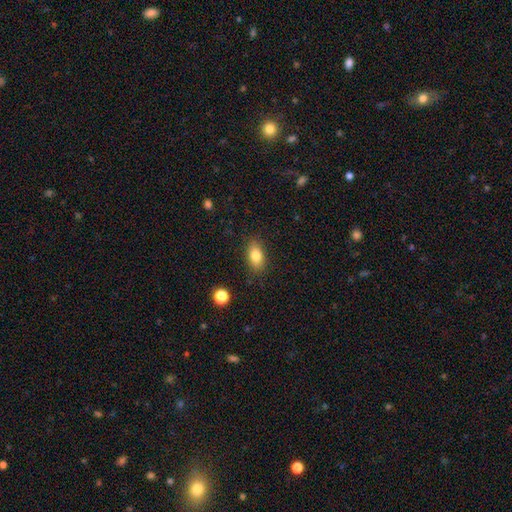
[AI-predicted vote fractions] A smooth galaxy with no disk features (82%) that is in between round and cigar-shaped (86%). Merging: none (85%).